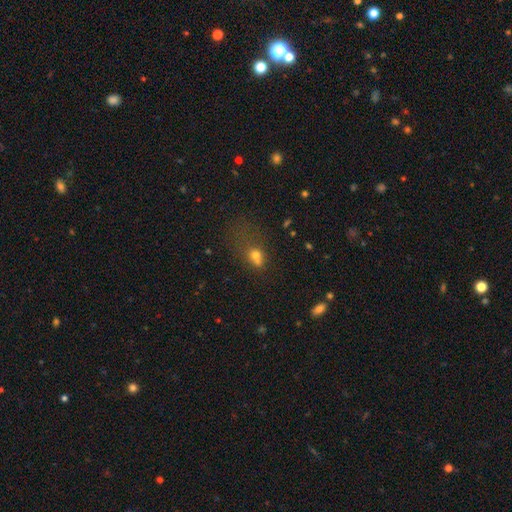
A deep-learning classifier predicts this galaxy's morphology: This appears to be a smooth galaxy with no disk features (65%) that is round (52%). Merging: merger (38%).